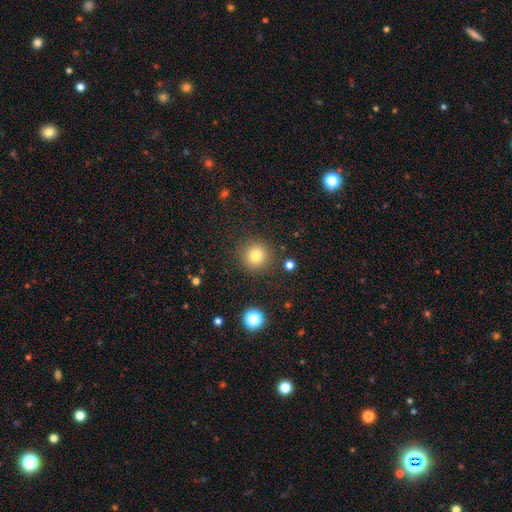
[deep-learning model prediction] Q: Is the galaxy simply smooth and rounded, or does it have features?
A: smooth — 81%.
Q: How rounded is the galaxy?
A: round — 94%.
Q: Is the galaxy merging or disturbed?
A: none — 88%.